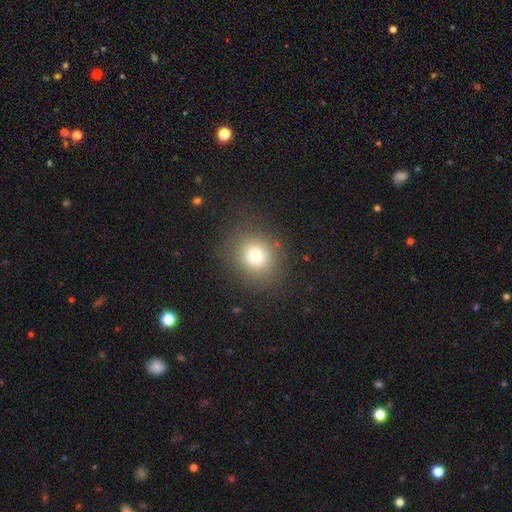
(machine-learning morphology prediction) smooth 75%, star or artifact 14%, featured or disk 11%. Down the decision tree: how rounded — round (79%); merging — none (84%).